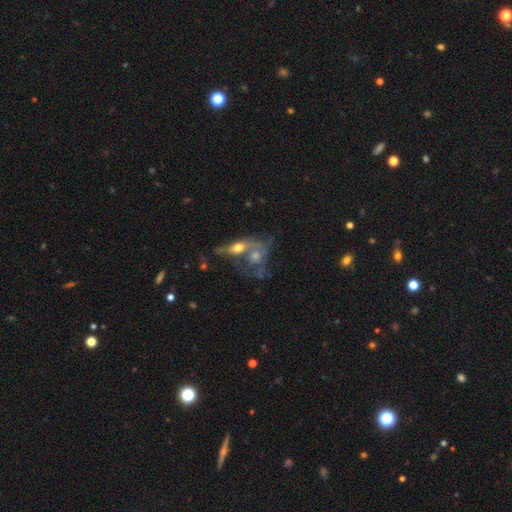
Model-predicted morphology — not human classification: A featured or disk galaxy (60%). Merging: merger (58%).